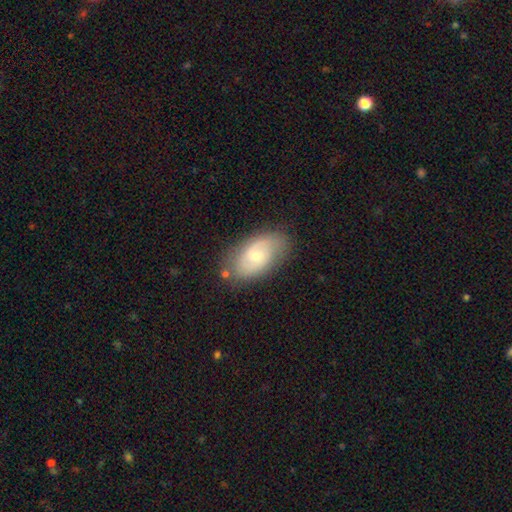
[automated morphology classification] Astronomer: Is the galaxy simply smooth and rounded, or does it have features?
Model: featured or disk — 56% (runner-up: smooth, 37%).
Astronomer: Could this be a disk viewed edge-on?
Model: no — 94%.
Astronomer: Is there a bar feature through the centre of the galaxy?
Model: no — 56% (runner-up: weak, 38%).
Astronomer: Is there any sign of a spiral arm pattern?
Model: yes — 80%.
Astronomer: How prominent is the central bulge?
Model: small — 52% (runner-up: moderate, 42%).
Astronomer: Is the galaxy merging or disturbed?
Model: none — 75%.